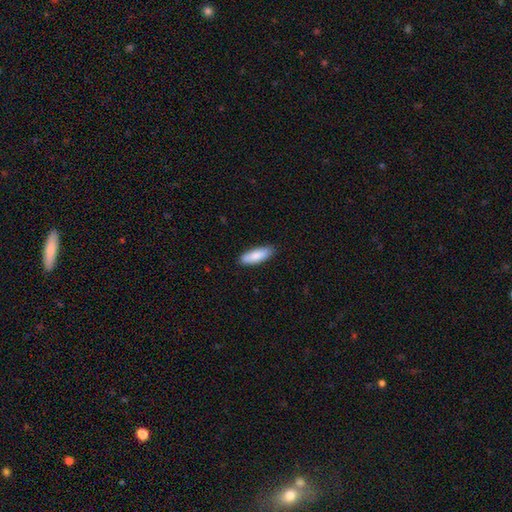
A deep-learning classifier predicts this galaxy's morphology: smooth 85%, featured or disk 9%, star or artifact 5%. Down the decision tree: how rounded — in between (59%); merging — none (88%).